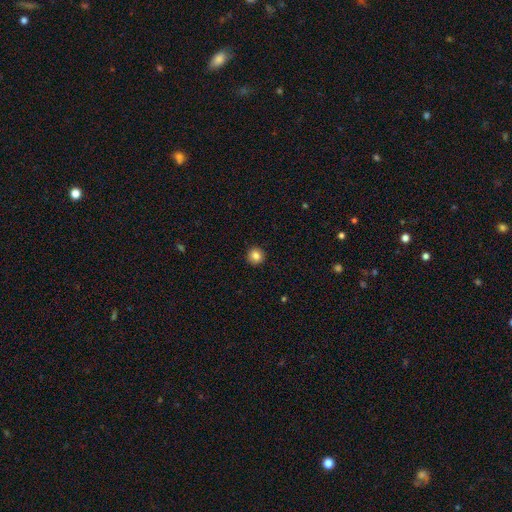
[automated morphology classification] smooth 85%, star or artifact 10%, featured or disk 6%. Down the decision tree: how rounded — round (93%); merging — none (92%).